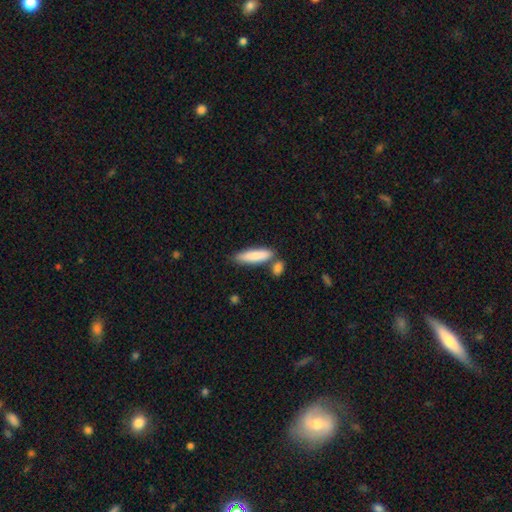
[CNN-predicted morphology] Smooth or featured?
  - smooth: 83% *
  - featured or disk: 12%
  - star or artifact: 5%
How rounded?
  - cigar-shaped: 65% *
  - in between: 33%
  - round: 2%
Merging?
  - none: 64% *
  - merger: 18%
  - minor disturbance: 14%
  - major disturbance: 3%